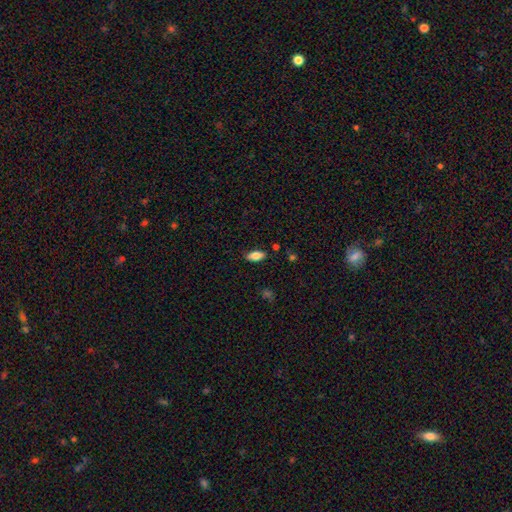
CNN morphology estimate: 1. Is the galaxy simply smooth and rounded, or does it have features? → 82% smooth, 11% featured or disk, 7% star or artifact.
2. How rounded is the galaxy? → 86% in between, 12% cigar-shaped, 2% round.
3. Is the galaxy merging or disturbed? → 86% none, 10% minor disturbance, 2% major disturbance, 2% merger.